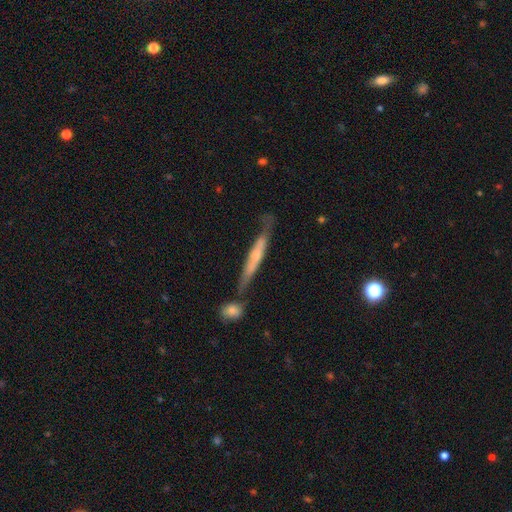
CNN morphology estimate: The model was most divided on "smooth or featured": featured or disk: 56%, smooth: 38%, star or artifact: 6%. More confident: edge-on disk — yes (86%); merging — none (57%).